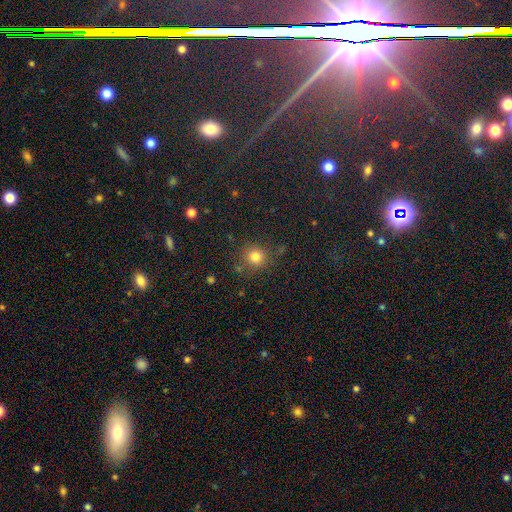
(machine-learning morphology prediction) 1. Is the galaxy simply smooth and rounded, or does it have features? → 66% smooth, 27% star or artifact, 7% featured or disk.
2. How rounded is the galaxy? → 92% round, 7% in between, 1% cigar-shaped.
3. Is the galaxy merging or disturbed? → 85% none, 8% minor disturbance, 3% major disturbance, 3% merger.